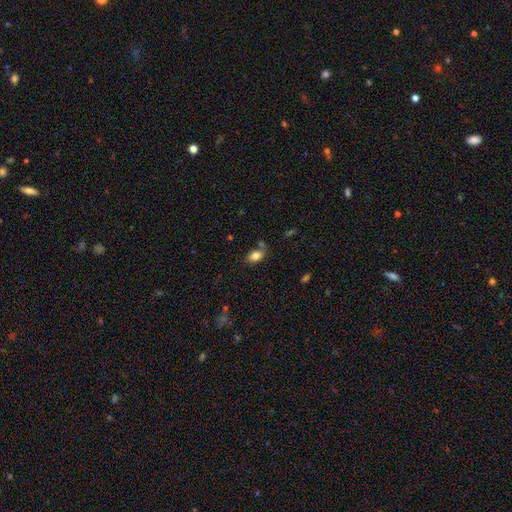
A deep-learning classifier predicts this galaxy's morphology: This appears to be a smooth galaxy with no disk features (82%) that is in between round and cigar-shaped (88%). Merging: none (71%).